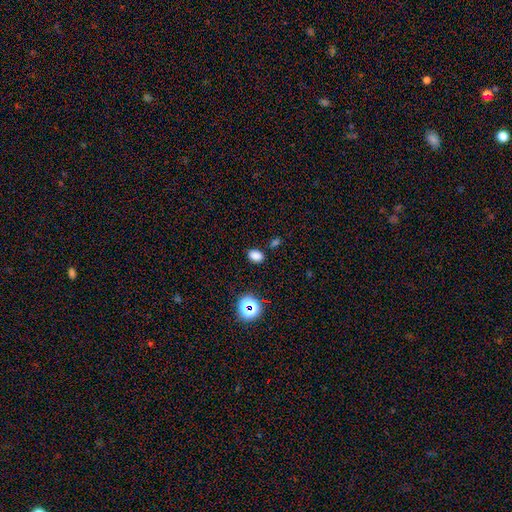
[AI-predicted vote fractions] Smooth or featured: smooth — 79% (star or artifact — 17%)
How rounded: in between — 78% (round — 21%)
Merging: none — 85% (minor disturbance — 9%)